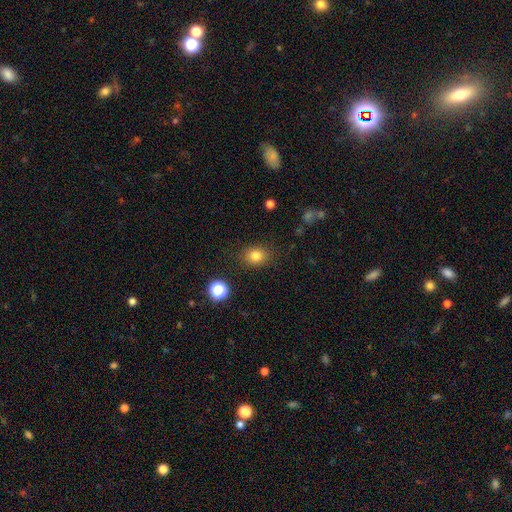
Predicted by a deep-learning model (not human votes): The model was most divided on "how rounded": round: 56%, in between: 43%, cigar-shaped: 1%. More confident: merging — none (86%); smooth or featured — smooth (81%).